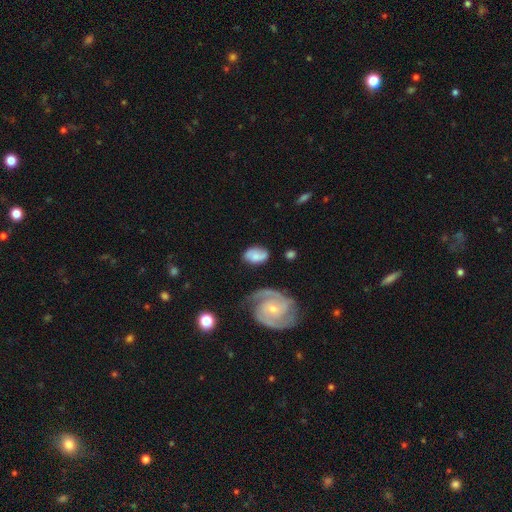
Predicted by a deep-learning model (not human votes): Smooth or featured: smooth — 52% (featured or disk — 40%)
How rounded: in between — 85% (round — 14%)
Merging: none — 63% (minor disturbance — 22%)